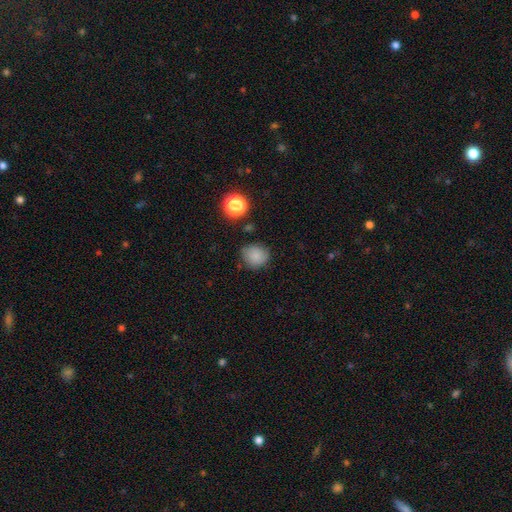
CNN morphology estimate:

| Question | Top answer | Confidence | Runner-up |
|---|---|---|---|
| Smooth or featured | smooth | 83% | star or artifact (11%) |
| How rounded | round | 81% | in between (18%) |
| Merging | none | 78% | minor disturbance (16%) |